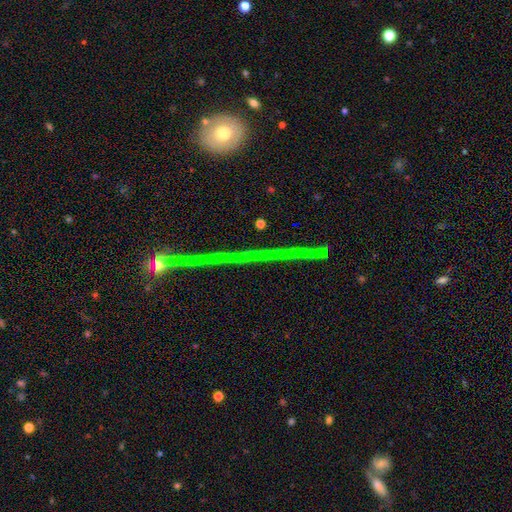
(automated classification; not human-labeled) This is marginally a star or artifact rather than a galaxy (43%).